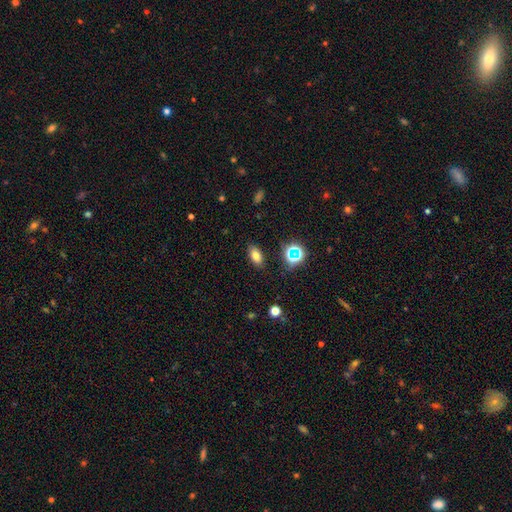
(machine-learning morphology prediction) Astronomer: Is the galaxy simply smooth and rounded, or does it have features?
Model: smooth — 72%.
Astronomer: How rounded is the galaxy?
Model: in between — 87%.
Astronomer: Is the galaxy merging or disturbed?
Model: none — 86%.